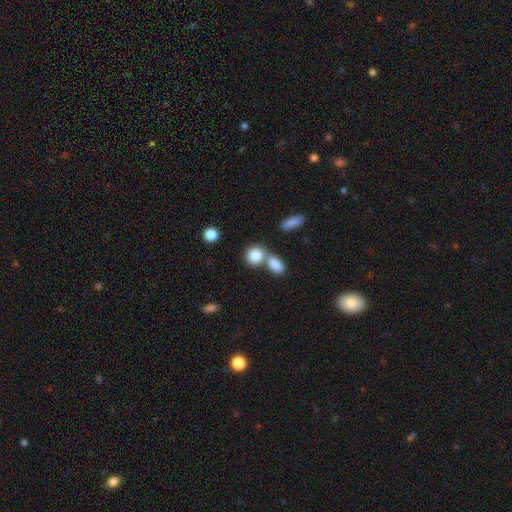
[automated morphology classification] smooth 84%, featured or disk 8%, star or artifact 8%. Down the decision tree: how rounded — round (68%); merging — none (47%).